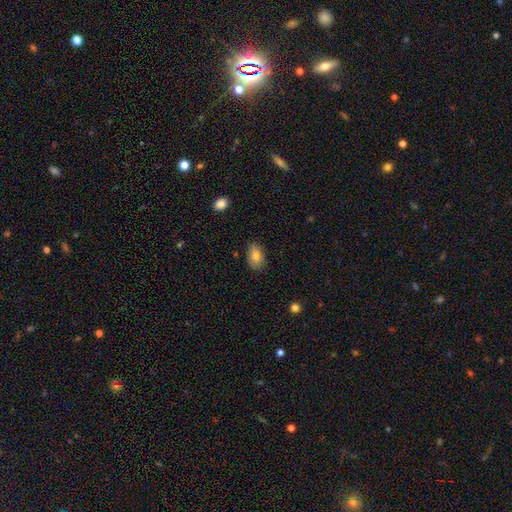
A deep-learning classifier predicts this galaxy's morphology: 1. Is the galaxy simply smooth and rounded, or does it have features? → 82% smooth, 11% featured or disk, 8% star or artifact.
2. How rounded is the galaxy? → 89% in between, 9% round, 2% cigar-shaped.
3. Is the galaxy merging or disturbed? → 79% none, 17% minor disturbance, 3% major disturbance, 1% merger.